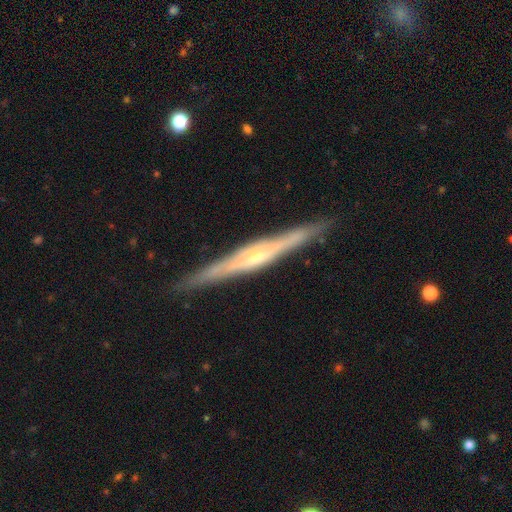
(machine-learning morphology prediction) smooth-or-featured: featured or disk: 83% | smooth: 12% | star or artifact: 5%
  disk-edge-on: yes: 97% | no: 3%
    edge-on-bulge: rounded: 67% | boxy: 18% | none: 15%
  merging: none: 90% | minor disturbance: 8% | major disturbance: 2% | merger: 1%